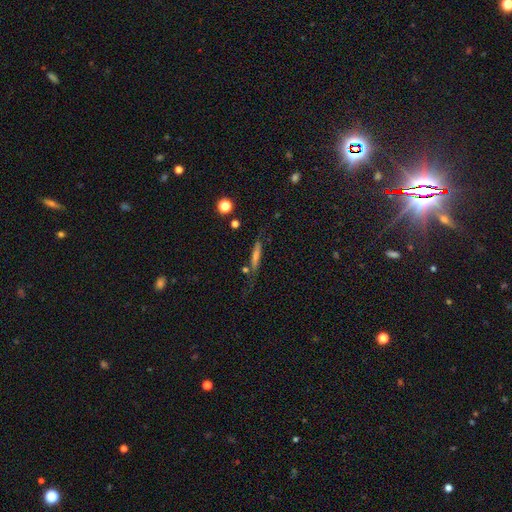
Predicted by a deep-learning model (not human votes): smooth_or_featured: featured or disk (p=0.48) [alt: smooth p=0.40]
merging: none (p=0.70) [alt: minor disturbance p=0.18]